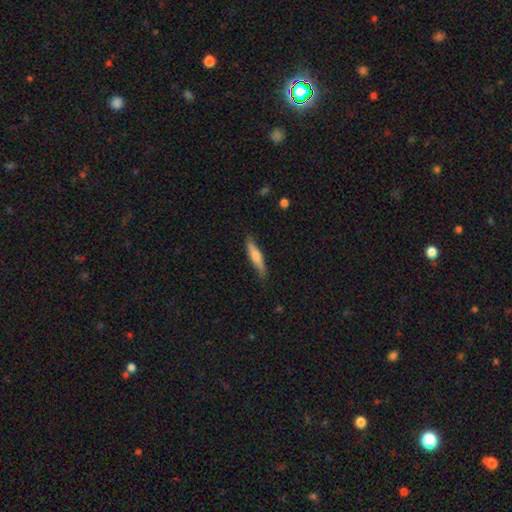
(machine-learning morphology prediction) This is possibly a smooth galaxy (55%). How rounded: clearly cigar-shaped (85%). Merging: clearly none (81%).